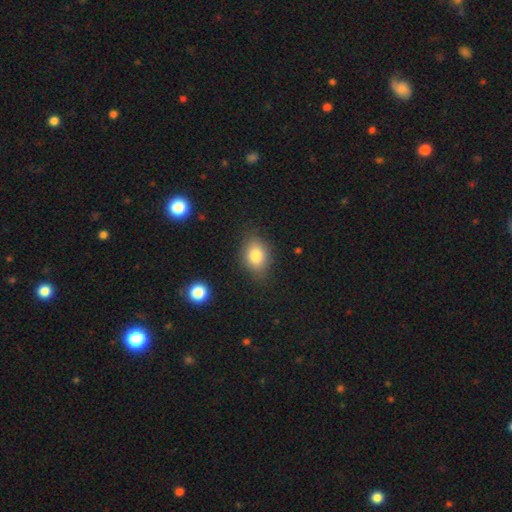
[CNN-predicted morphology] Q: Smooth or featured?
A: smooth (81%); runner-up: star or artifact (10%)
Q: How rounded?
A: in between (64%); runner-up: round (35%)
Q: Merging?
A: none (80%); runner-up: minor disturbance (14%)